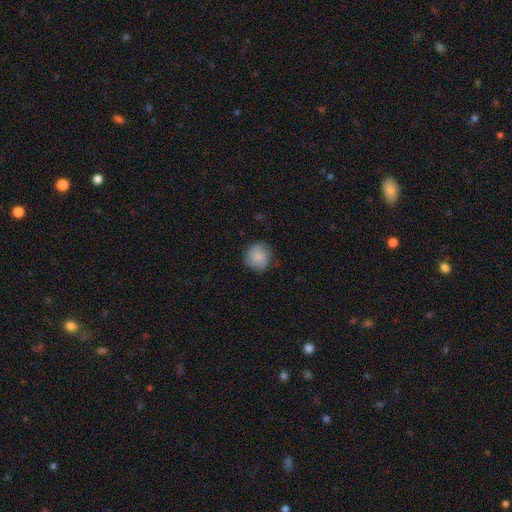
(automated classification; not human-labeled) A smooth galaxy with no disk features (84%) that is round (88%). Merging: none (80%).